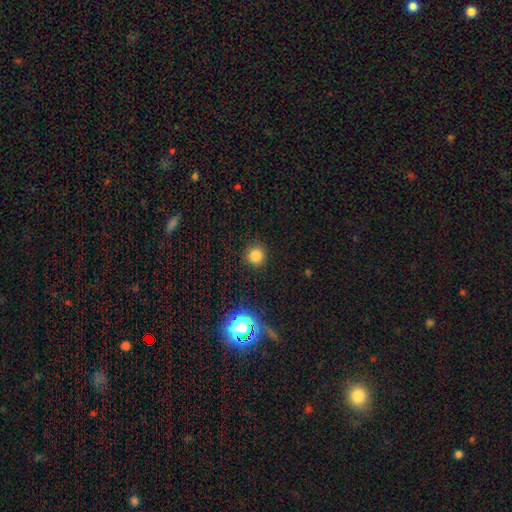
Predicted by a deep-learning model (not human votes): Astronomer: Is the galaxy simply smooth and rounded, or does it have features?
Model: smooth — 80%.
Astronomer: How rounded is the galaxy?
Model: round — 93%.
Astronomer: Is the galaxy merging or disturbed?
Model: none — 89%.